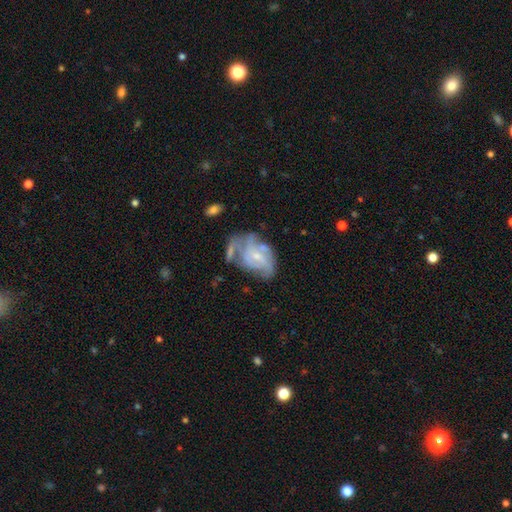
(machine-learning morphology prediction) Smooth or featured?
  - featured or disk: 74% *
  - smooth: 19%
  - star or artifact: 7%
Edge-on disk?
  - no: 97% *
  - yes: 3%
Bar?
  - no: 54% *
  - weak: 38%
  - strong: 8%
Spiral arms?
  - yes: 78% *
  - no: 22%
Spiral winding?
  - tight: 45% *
  - medium: 39%
  - loose: 16%
Spiral arm count?
  - can't tell: 42% *
  - 2: 27%
  - 3: 17%
  - 4: 5%
  - 1: 5%
  - more than 4: 3%
Bulge size?
  - small: 61% *
  - moderate: 28%
  - none: 8%
  - large: 2%
  - dominant: 1%
Merging?
  - none: 32% *
  - major disturbance: 25%
  - minor disturbance: 23%
  - merger: 20%